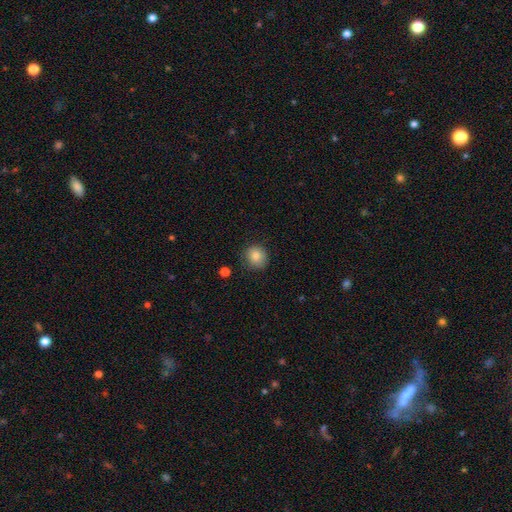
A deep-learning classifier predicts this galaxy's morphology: Overall: smooth (84%). How rounded: round (84%). Merging: none (83%).